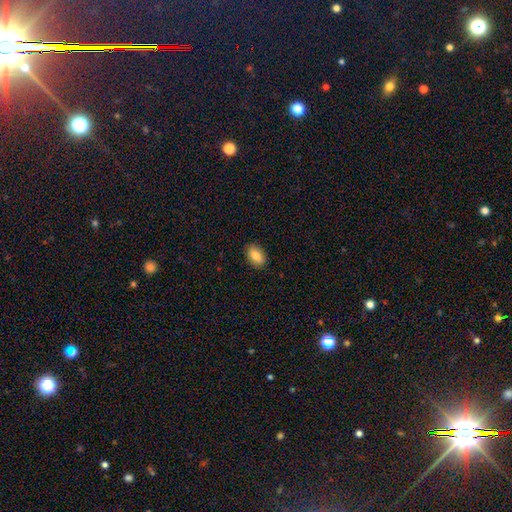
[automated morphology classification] This appears to be a smooth galaxy with no disk features (84%) that is in between round and cigar-shaped (89%). Merging: none (89%).